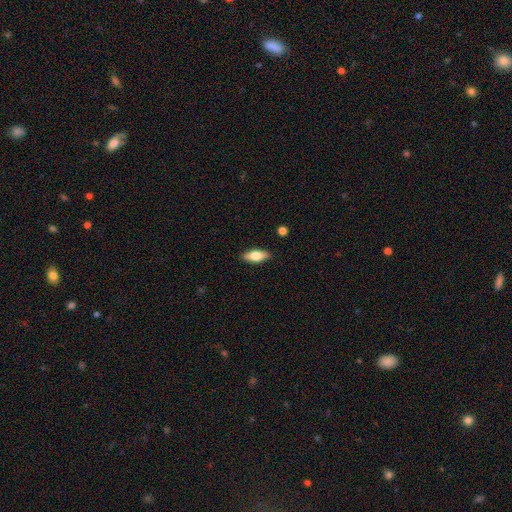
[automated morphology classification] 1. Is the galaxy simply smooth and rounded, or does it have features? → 67% smooth, 27% featured or disk, 7% star or artifact.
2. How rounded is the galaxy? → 77% in between, 20% cigar-shaped, 3% round.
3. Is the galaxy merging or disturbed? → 89% none, 8% minor disturbance, 2% major disturbance, 1% merger.